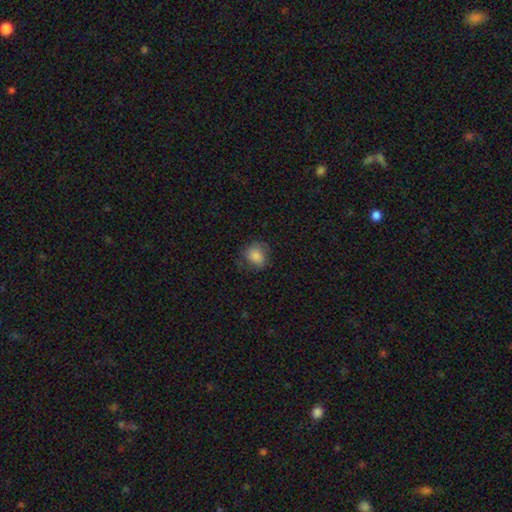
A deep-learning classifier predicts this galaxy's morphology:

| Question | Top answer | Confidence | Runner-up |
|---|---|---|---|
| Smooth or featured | smooth | 82% | featured or disk (9%) |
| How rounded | round | 64% | in between (35%) |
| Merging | none | 67% | minor disturbance (23%) |